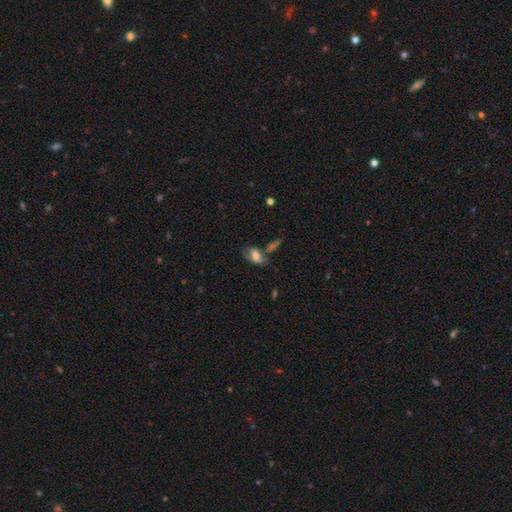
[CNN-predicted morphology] This is likely a smooth galaxy (66%). How rounded: clearly in between (88%). Merging: marginally none (44%).